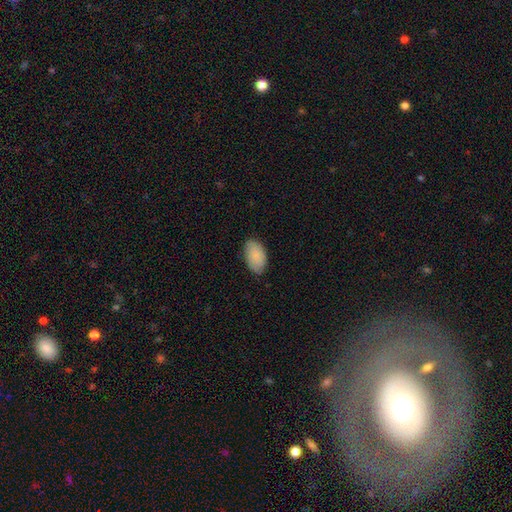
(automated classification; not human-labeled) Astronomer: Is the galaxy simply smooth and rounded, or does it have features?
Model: smooth — 88%.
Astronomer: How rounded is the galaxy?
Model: in between — 95%.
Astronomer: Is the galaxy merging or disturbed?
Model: none — 82%.